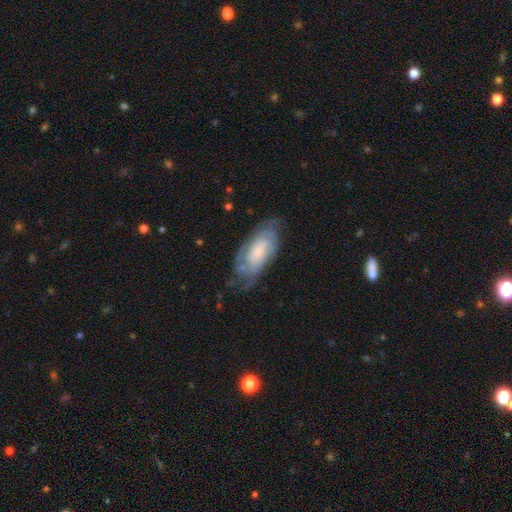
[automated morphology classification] Smooth or featured?
  - featured or disk: 68% *
  - smooth: 24%
  - star or artifact: 8%
Edge-on disk?
  - no: 89% *
  - yes: 11%
Bar?
  - no: 65% *
  - weak: 29%
  - strong: 6%
Spiral arms?
  - yes: 89% *
  - no: 11%
Spiral winding?
  - tight: 62% *
  - medium: 30%
  - loose: 8%
Spiral arm count?
  - can't tell: 52% *
  - 2: 23%
  - 3: 11%
  - 4: 6%
  - 1: 4%
  - more than 4: 4%
Bulge size?
  - moderate: 37% *
  - small: 31%
  - large: 16%
  - none: 14%
  - dominant: 2%
Merging?
  - none: 72% *
  - minor disturbance: 20%
  - major disturbance: 7%
  - merger: 1%